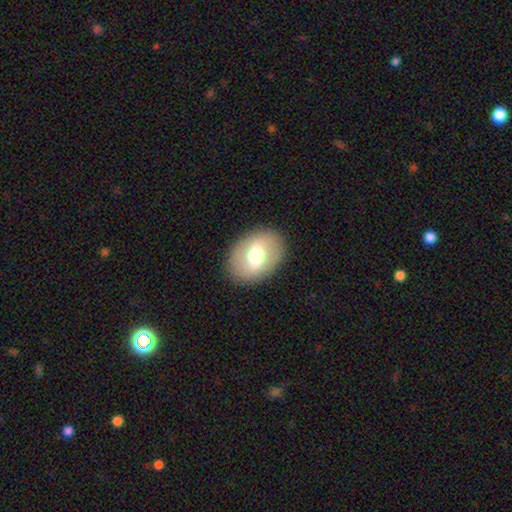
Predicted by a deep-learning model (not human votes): smooth-or-featured: smooth: 58% | featured or disk: 34% | star or artifact: 8%
  how-rounded: in between: 69% | round: 30% | cigar-shaped: 1%
  merging: none: 87% | minor disturbance: 8% | major disturbance: 4% | merger: 1%